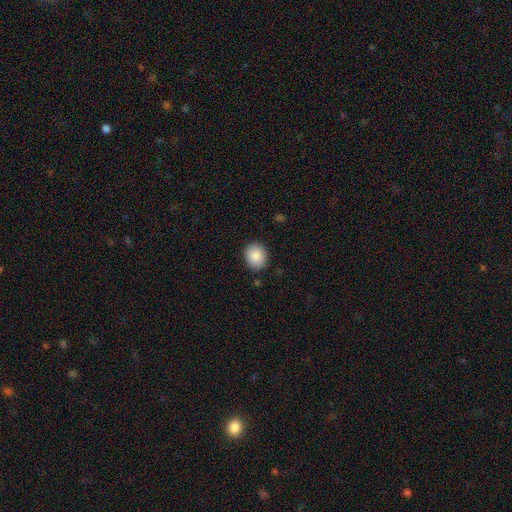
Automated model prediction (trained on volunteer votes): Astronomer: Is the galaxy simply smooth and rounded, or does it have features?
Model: smooth — 88%.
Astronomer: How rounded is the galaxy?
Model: round — 69%.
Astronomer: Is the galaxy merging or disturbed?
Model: none — 87%.